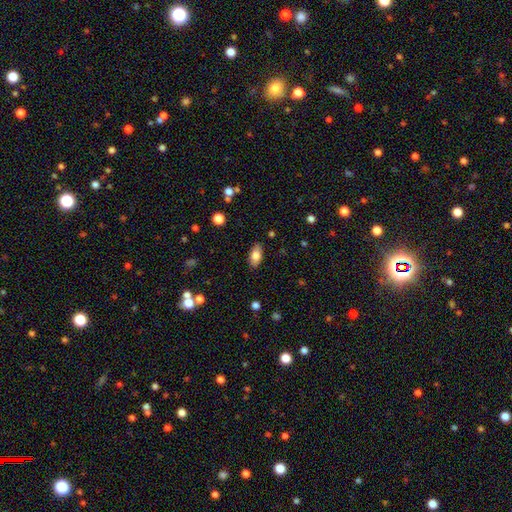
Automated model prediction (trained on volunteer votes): A smooth galaxy with no disk features (77%) that is in between round and cigar-shaped (90%).

Vote fractions:
- Smooth or featured? smooth: 77% / featured or disk: 15% / star or artifact: 8%
- How rounded? in between: 90% / cigar-shaped: 6% / round: 4%
- Merging? none: 86% / minor disturbance: 10% / major disturbance: 2% / merger: 1%